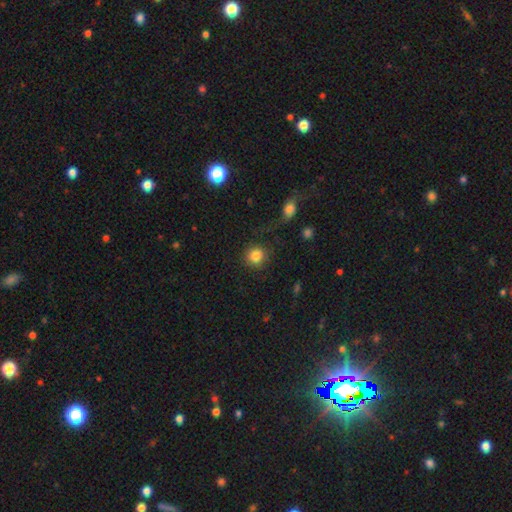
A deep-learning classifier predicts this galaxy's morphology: Smooth or featured? smooth (84%)
How rounded? round (89%)
Merging? none (79%)